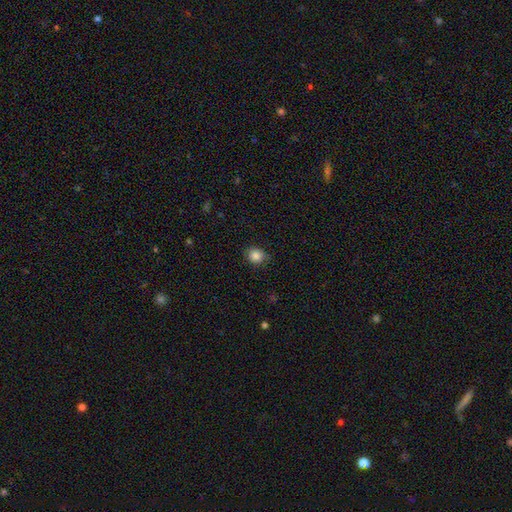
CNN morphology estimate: A smooth galaxy with no disk features (86%) that is round (80%). Merging: none (84%).